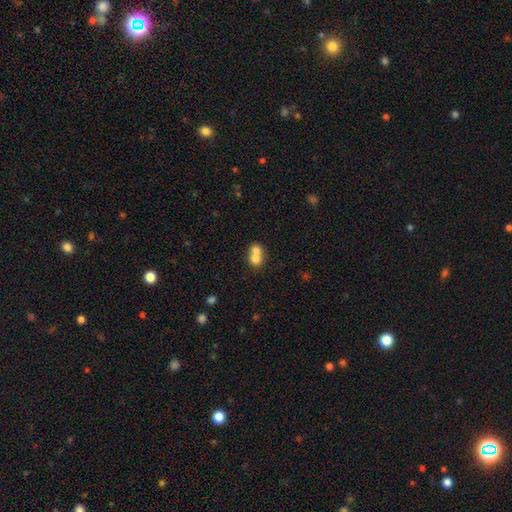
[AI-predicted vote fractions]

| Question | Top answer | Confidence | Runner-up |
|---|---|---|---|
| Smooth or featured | smooth | 71% | featured or disk (19%) |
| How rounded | round | 66% | in between (33%) |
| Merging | merger | 70% | none (23%) |